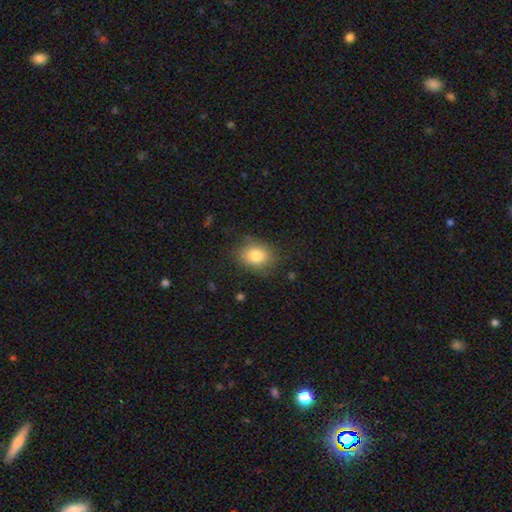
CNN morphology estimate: This appears to be a smooth galaxy with no disk features (82%) that is in between round and cigar-shaped (55%). Merging: none (78%).